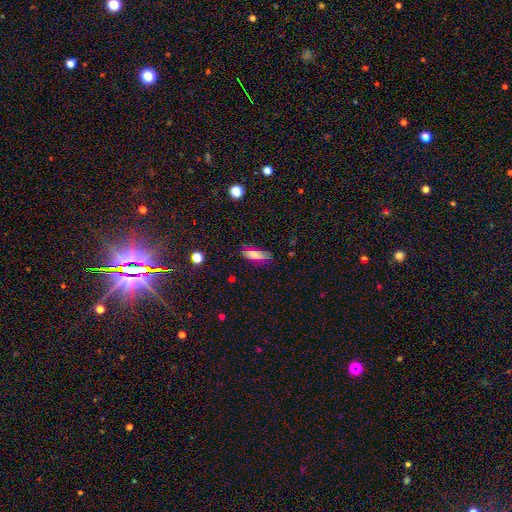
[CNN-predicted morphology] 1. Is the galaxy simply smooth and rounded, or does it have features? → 70% smooth, 17% featured or disk, 13% star or artifact.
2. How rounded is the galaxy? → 51% cigar-shaped, 46% in between, 3% round.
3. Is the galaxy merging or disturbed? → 72% none, 21% minor disturbance, 5% major disturbance, 2% merger.